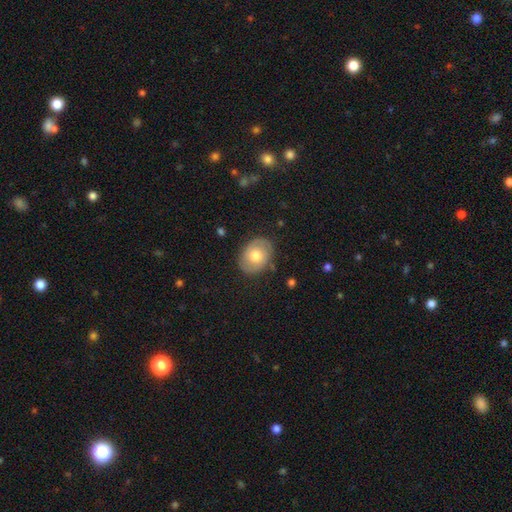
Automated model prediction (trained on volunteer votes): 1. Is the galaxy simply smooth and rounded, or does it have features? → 63% smooth, 30% featured or disk, 7% star or artifact.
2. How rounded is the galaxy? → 64% in between, 35% round, 1% cigar-shaped.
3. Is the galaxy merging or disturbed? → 83% none, 12% minor disturbance, 3% major disturbance, 1% merger.